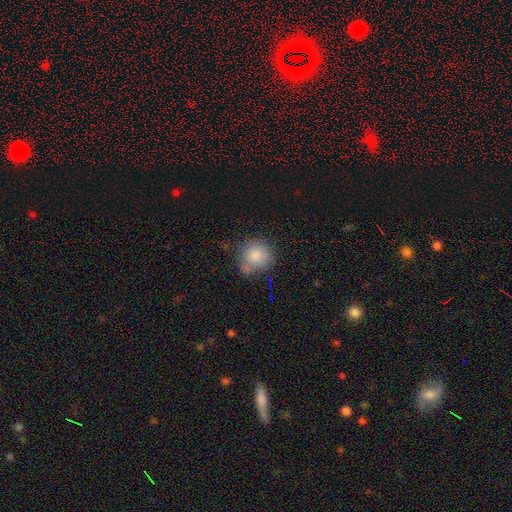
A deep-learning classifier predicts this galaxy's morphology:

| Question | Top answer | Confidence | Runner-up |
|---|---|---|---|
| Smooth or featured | smooth | 84% | star or artifact (9%) |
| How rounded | round | 86% | in between (13%) |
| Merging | none | 58% | minor disturbance (18%) |